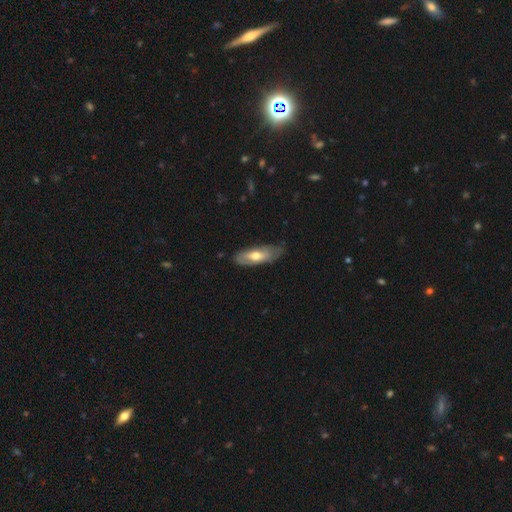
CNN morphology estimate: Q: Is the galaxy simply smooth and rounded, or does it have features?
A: smooth — 49%.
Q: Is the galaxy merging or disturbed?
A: none — 70%.